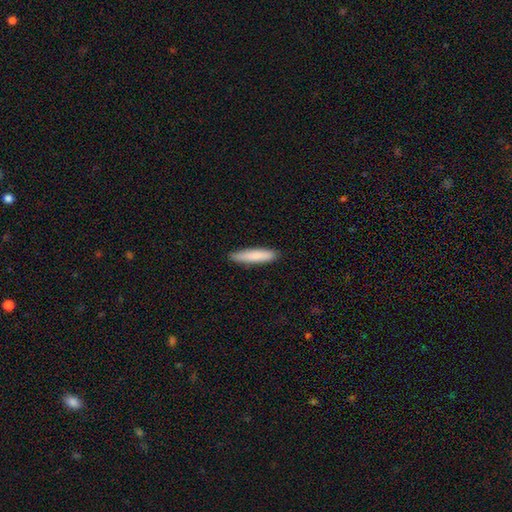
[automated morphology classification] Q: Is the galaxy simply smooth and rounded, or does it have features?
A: smooth — 84%.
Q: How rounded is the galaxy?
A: cigar-shaped — 86%.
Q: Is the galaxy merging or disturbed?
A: none — 88%.